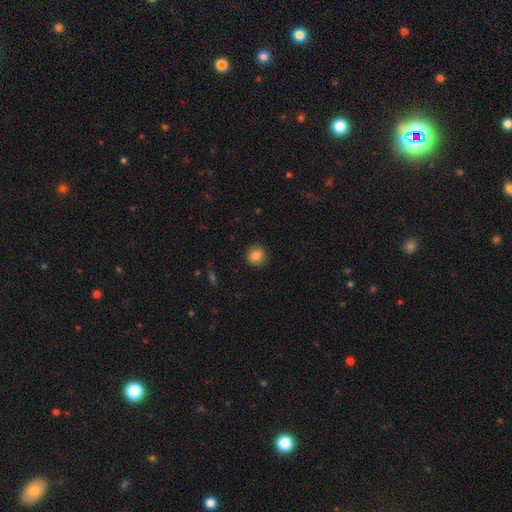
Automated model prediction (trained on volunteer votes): smooth-or-featured: smooth: 85% | star or artifact: 9% | featured or disk: 6%
  how-rounded: round: 92% | in between: 7% | cigar-shaped: 1%
  merging: none: 91% | minor disturbance: 6% | major disturbance: 2% | merger: 1%